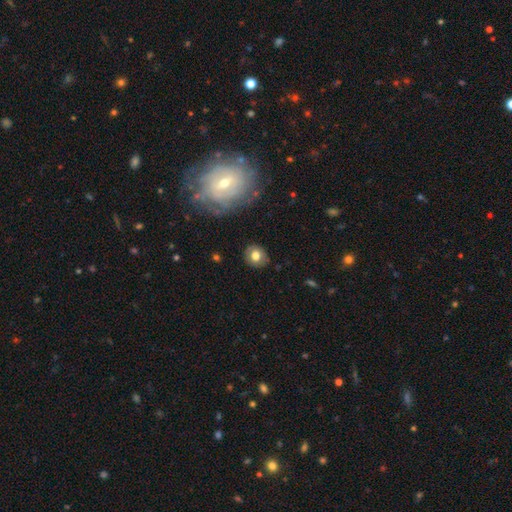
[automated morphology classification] This is likely a smooth galaxy (75%). How rounded: clearly round (82%). Merging: clearly none (86%).